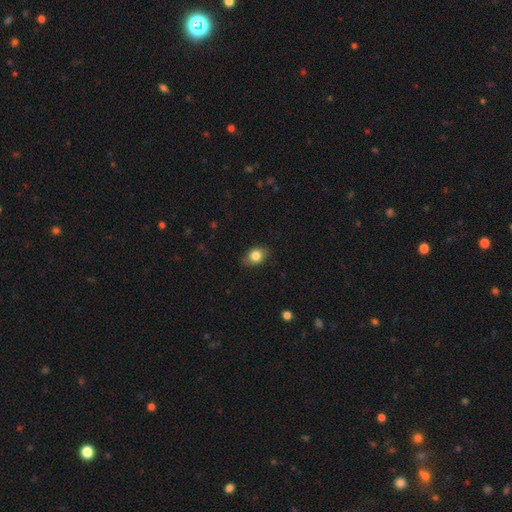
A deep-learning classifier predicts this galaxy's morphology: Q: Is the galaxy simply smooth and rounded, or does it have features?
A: smooth — 81%.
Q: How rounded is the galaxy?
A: in between — 63%.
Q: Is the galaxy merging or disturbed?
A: none — 79%.